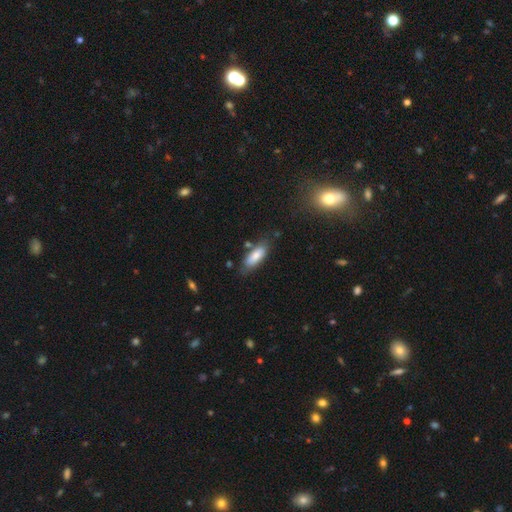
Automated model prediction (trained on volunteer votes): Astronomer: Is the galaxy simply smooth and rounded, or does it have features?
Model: smooth — 78%.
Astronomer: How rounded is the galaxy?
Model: in between — 70%.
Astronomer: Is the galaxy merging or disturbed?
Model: none — 70%.